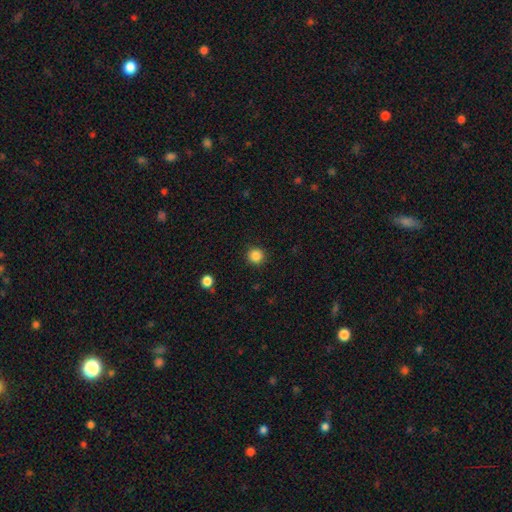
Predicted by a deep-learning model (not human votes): smooth 85%, star or artifact 11%, featured or disk 3%. Down the decision tree: how rounded — round (95%); merging — none (91%).